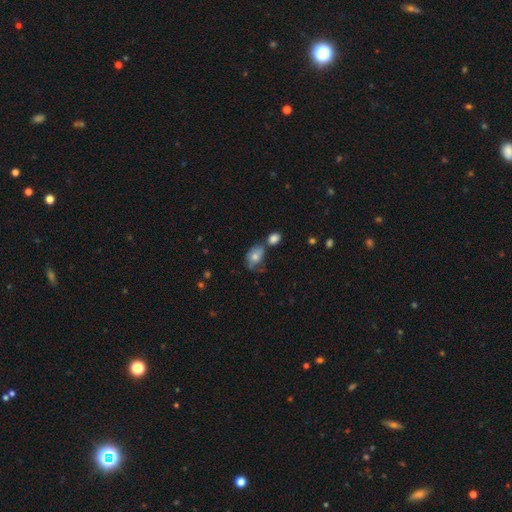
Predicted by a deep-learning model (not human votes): Smooth or featured?
  - smooth: 69% *
  - featured or disk: 22%
  - star or artifact: 9%
How rounded?
  - in between: 79% *
  - round: 19%
  - cigar-shaped: 2%
Merging?
  - none: 36% *
  - minor disturbance: 26%
  - merger: 25%
  - major disturbance: 13%